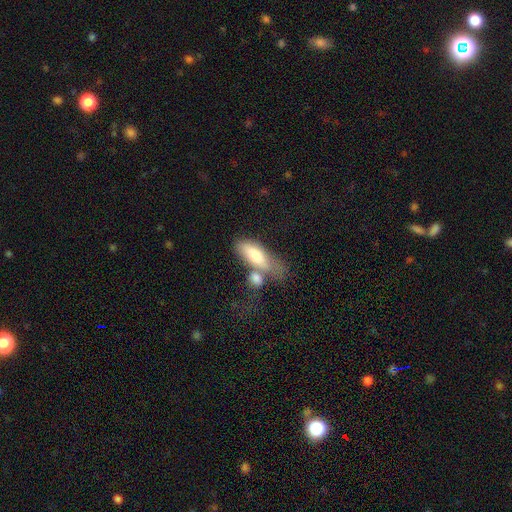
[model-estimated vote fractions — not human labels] Q: Smooth or featured?
A: smooth (71%); runner-up: featured or disk (23%)
Q: How rounded?
A: in between (68%); runner-up: cigar-shaped (29%)
Q: Merging?
A: merger (40%); runner-up: none (29%)